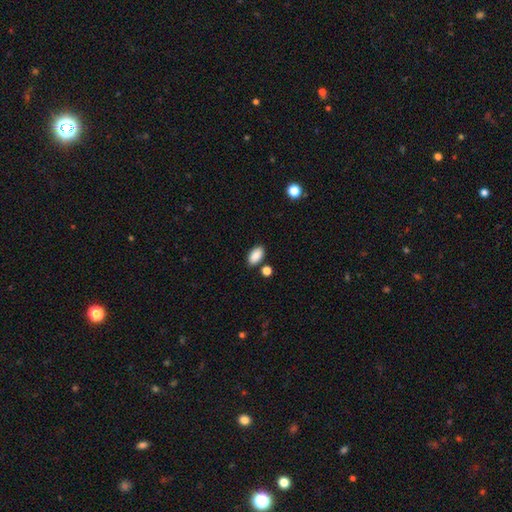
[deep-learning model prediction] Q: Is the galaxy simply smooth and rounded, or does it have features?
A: smooth — 88%.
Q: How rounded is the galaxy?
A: in between — 92%.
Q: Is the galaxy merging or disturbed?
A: none — 81%.